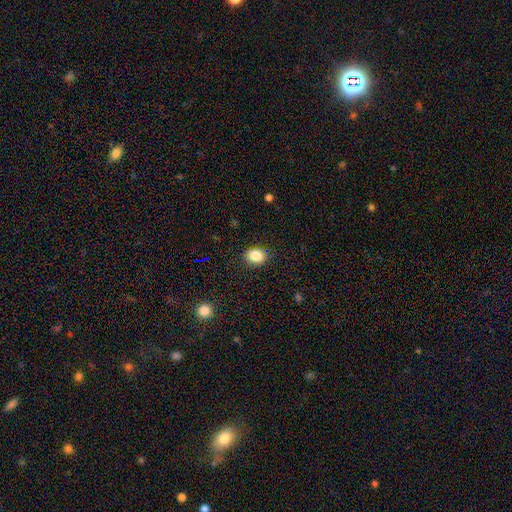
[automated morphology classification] A smooth galaxy with no disk features (86%) that is round (53%). Merging: none (89%).